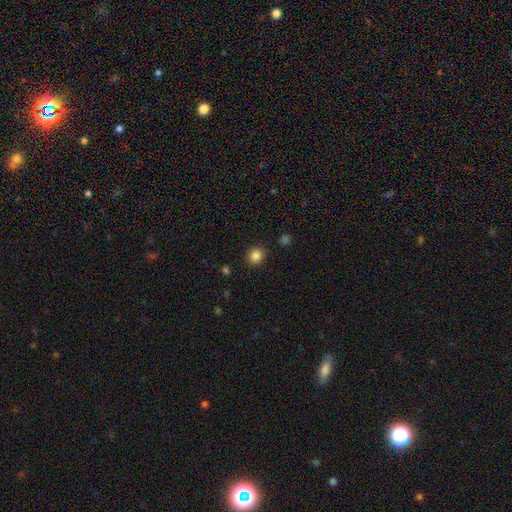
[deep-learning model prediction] A smooth galaxy with no disk features (84%) that is round (74%).

Vote fractions:
- Smooth or featured? smooth: 84% / star or artifact: 11% / featured or disk: 5%
- How rounded? round: 74% / in between: 25% / cigar-shaped: 1%
- Merging? none: 88% / minor disturbance: 8% / major disturbance: 3% / merger: 2%